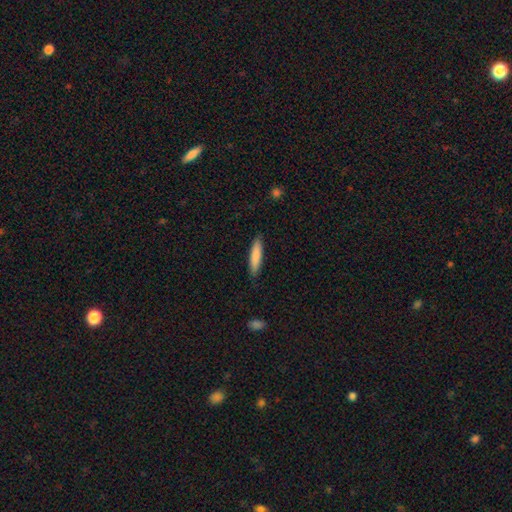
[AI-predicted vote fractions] This appears to be a smooth galaxy with no disk features (83%) that is cigar-shaped (80%). Merging: none (88%).